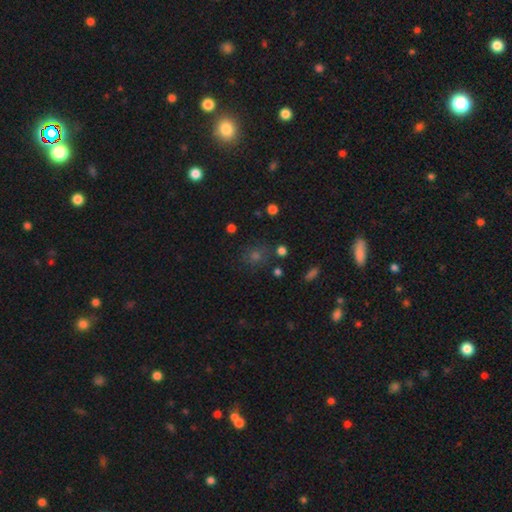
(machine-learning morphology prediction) This appears to be a smooth galaxy with no disk features (51%) that is round (81%). Merging: none (82%).